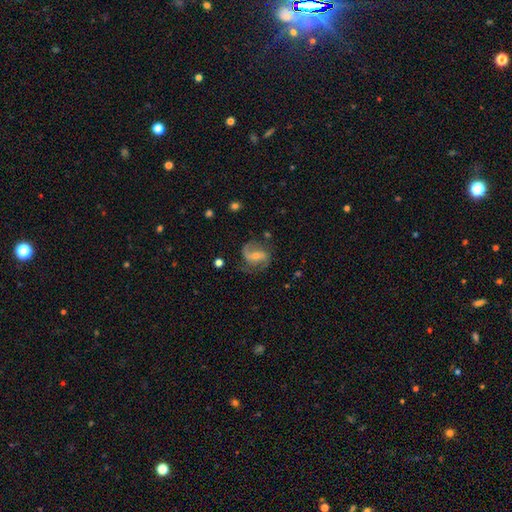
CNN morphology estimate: This is clearly a featured or disk galaxy (82%). It is clearly not viewed edge-on (97%). Bar: marginally weak (44%). Spiral arm pattern: clearly yes (95%). Spiral arm count: clearly 2 (86%). Spiral winding: possibly medium (49%). Central bulge: possibly small (49%). Merging: likely none (75%).